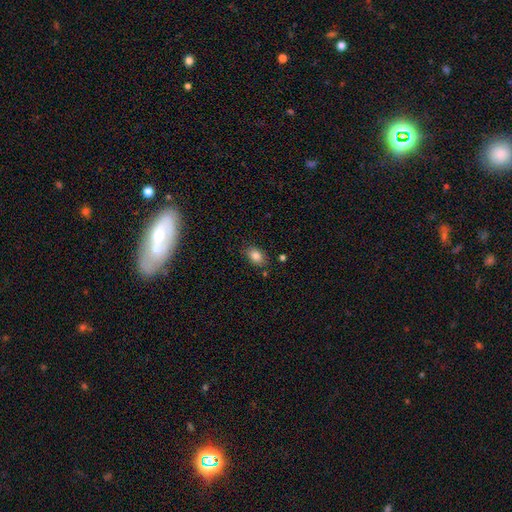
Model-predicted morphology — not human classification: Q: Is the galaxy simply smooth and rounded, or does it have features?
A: smooth — 84%.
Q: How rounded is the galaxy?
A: in between — 85%.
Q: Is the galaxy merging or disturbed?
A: none — 81%.